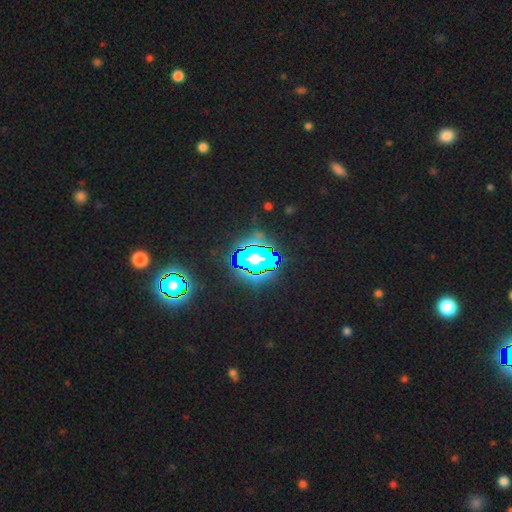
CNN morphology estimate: The model was most divided on "smooth or featured": star or artifact: 78%, smooth: 13%, featured or disk: 9%.